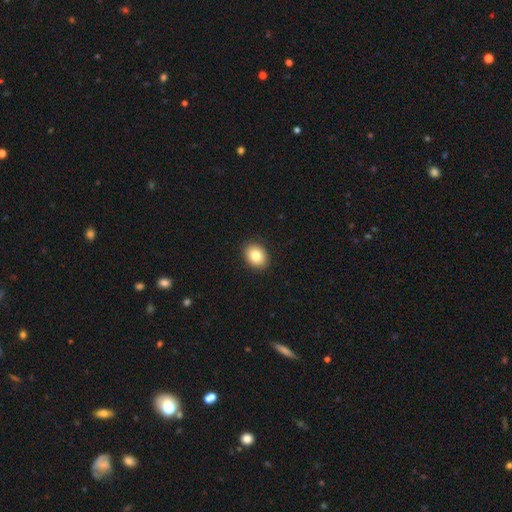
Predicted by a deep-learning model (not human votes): Overall: smooth (82%). How rounded: in between (52%; round 47%). Merging: none (91%).